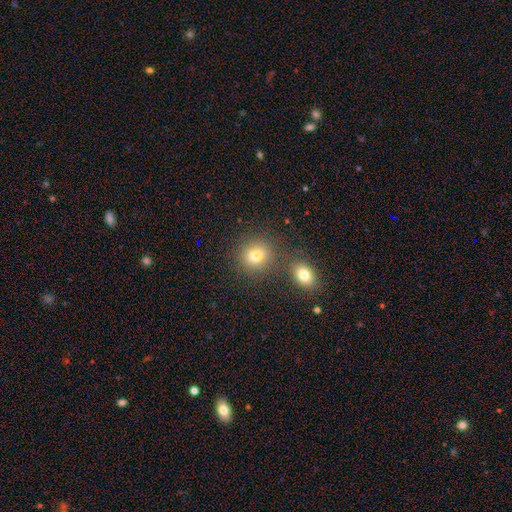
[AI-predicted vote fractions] The model was most divided on "smooth or featured": smooth: 77%, star or artifact: 14%, featured or disk: 9%. More confident: how rounded — round (82%); merging — none (76%).